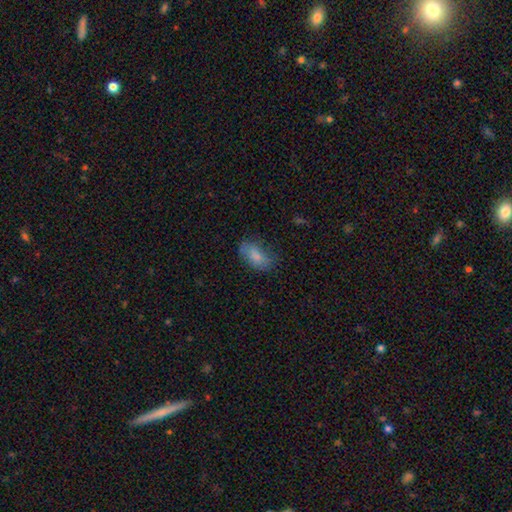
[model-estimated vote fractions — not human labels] Smooth or featured? Predicted: smooth (p=0.77). How rounded? Predicted: in between (p=0.91). Merging? Predicted: none (p=0.62).